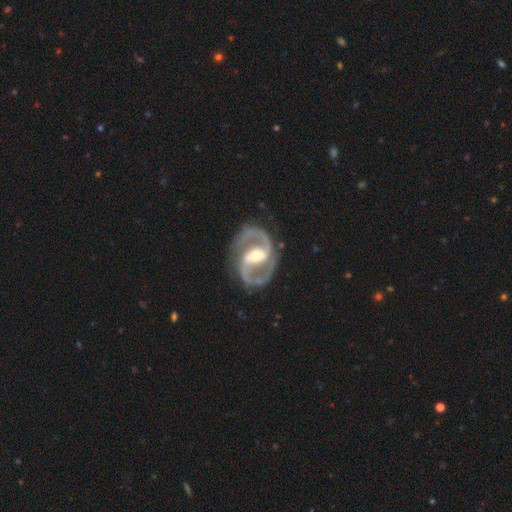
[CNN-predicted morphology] This is clearly a featured or disk galaxy (93%). It is clearly not viewed edge-on (98%). Bar: marginally strong (45%). Spiral arm pattern: clearly yes (98%). Spiral arm count: clearly 2 (94%). Spiral winding: likely medium (65%). Central bulge: possibly moderate (58%). Merging: clearly none (83%).